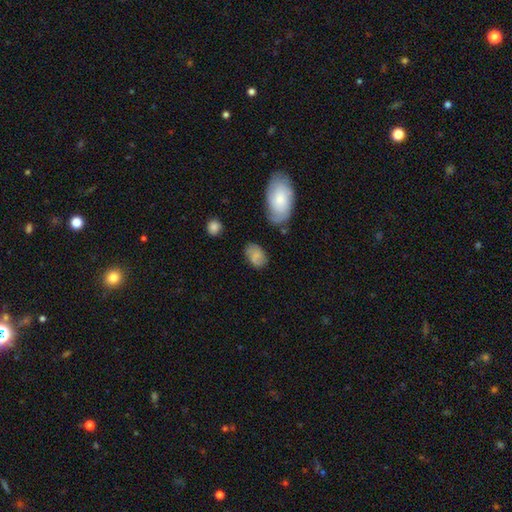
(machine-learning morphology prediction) Smooth or featured? smooth (66%)
How rounded? in between (83%)
Merging? none (60%)